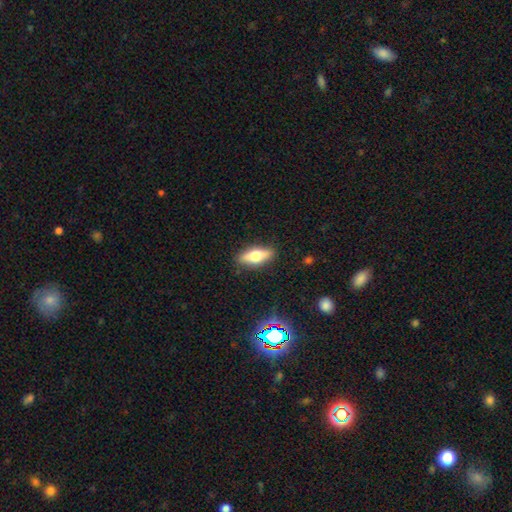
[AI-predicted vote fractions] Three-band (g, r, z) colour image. It shows a smooth galaxy with no disk features (54%) that is in between round and cigar-shaped (62%). Merging: none (88%).